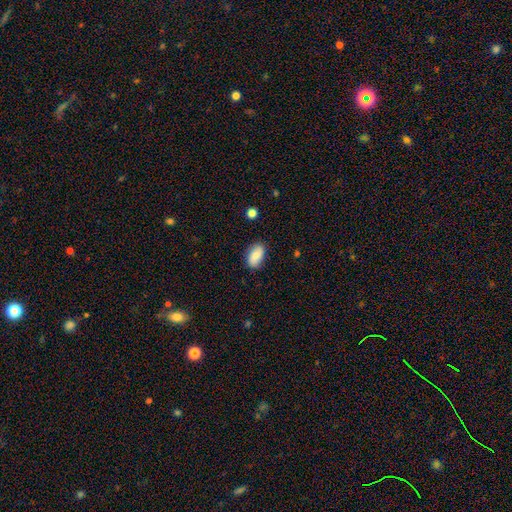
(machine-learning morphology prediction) Smooth or featured?
  - smooth: 76% *
  - featured or disk: 16%
  - star or artifact: 8%
How rounded?
  - in between: 91% *
  - round: 7%
  - cigar-shaped: 2%
Merging?
  - none: 80% *
  - minor disturbance: 15%
  - major disturbance: 3%
  - merger: 1%